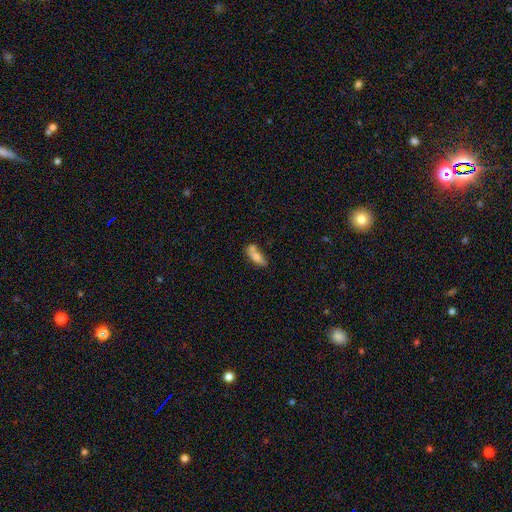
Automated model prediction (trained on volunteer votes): Smooth or featured: smooth — 71% (featured or disk — 21%)
How rounded: in between — 65% (cigar-shaped — 32%)
Merging: none — 39% (merger — 32%)